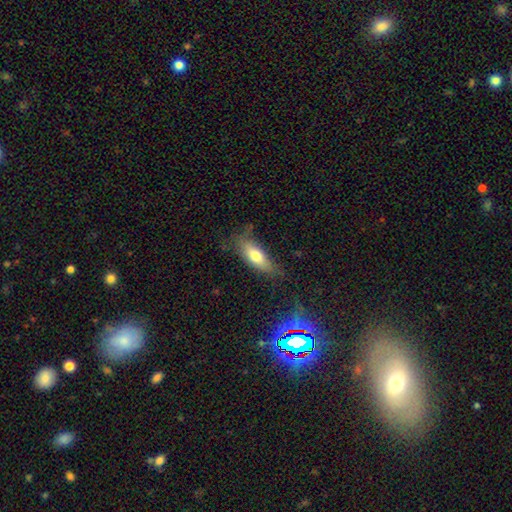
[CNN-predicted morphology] smooth 69%, featured or disk 23%, star or artifact 8%. Down the decision tree: how rounded — in between (66%); merging — none (67%).